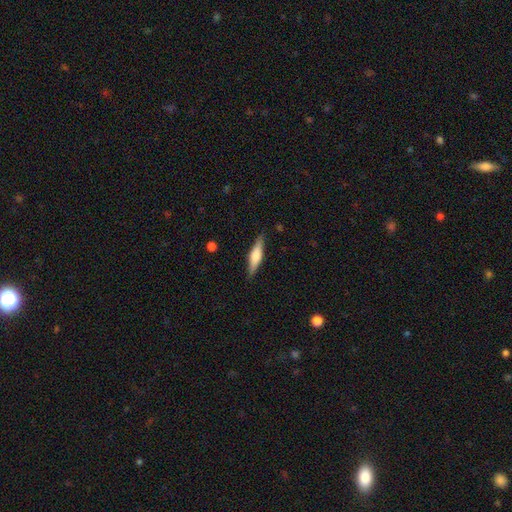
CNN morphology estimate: The model was most divided on "smooth or featured" (2-way tie): featured or disk: 47%, smooth: 47%, star or artifact: 6%. More confident: merging — none (87%).